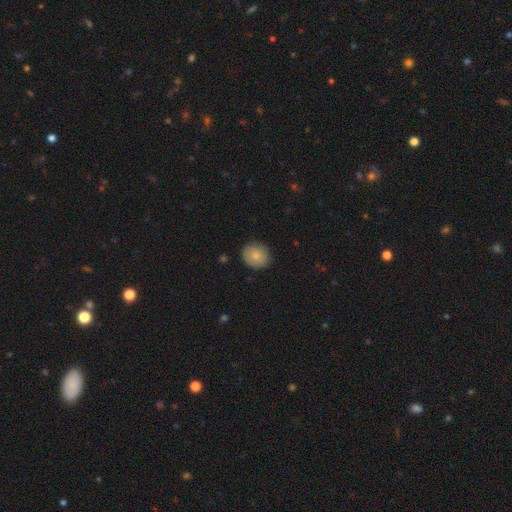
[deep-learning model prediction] Smooth or featured?
  - smooth: 80% *
  - featured or disk: 12%
  - star or artifact: 7%
How rounded?
  - round: 78% *
  - in between: 21%
  - cigar-shaped: 1%
Merging?
  - none: 85% *
  - minor disturbance: 12%
  - major disturbance: 2%
  - merger: 1%